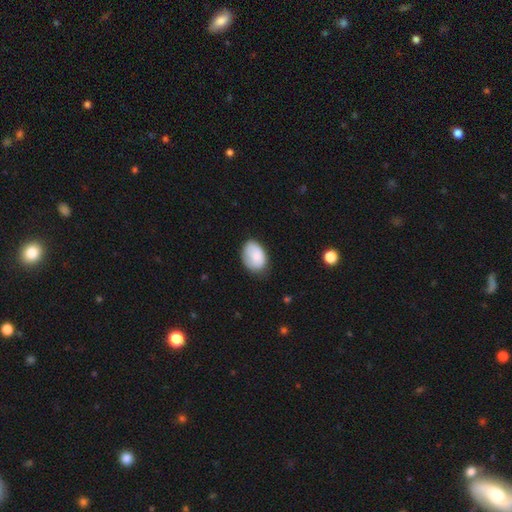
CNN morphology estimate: type=smooth (86%); roundness=in between (85%); merging=none (68%).